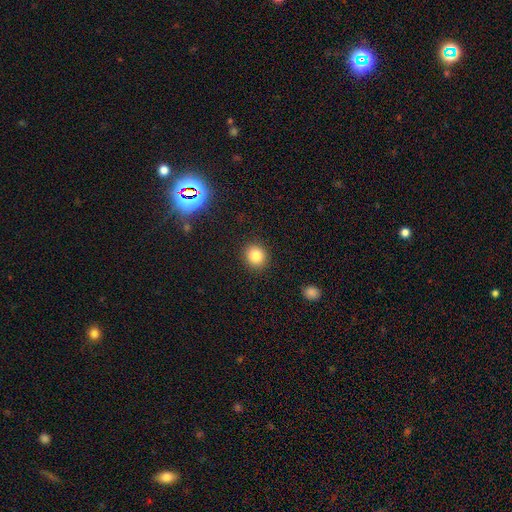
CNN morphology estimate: The model was most divided on "smooth or featured": smooth: 82%, star or artifact: 12%, featured or disk: 6%. More confident: merging — none (91%); how rounded — round (89%).